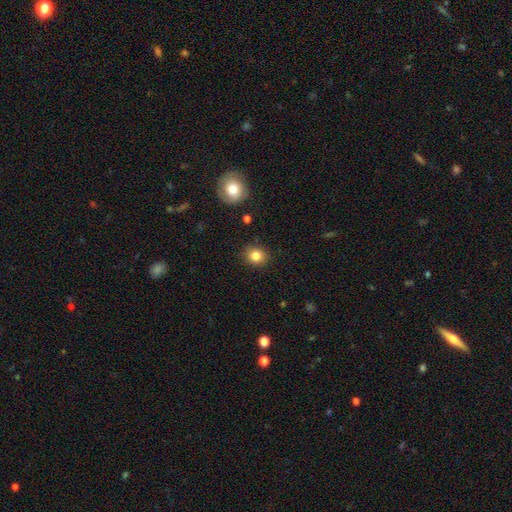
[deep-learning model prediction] This is clearly a smooth galaxy (83%). How rounded: likely round (78%). Merging: clearly none (88%).